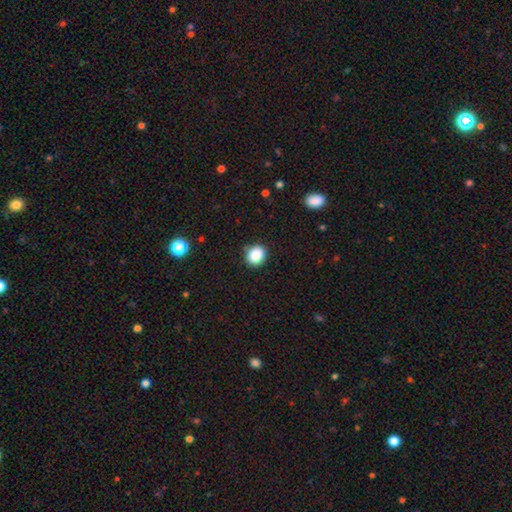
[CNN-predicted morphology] Smooth or featured: smooth — 86% (star or artifact — 10%)
How rounded: round — 75% (in between — 24%)
Merging: none — 87% (minor disturbance — 10%)